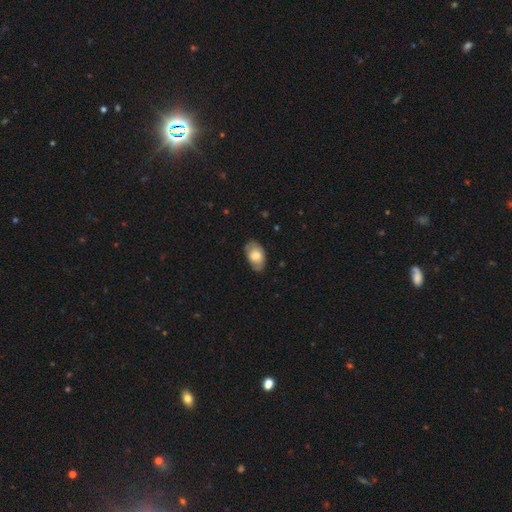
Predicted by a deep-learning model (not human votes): This appears to be a smooth galaxy with no disk features (70%) that is in between round and cigar-shaped (92%). Merging: none (73%).